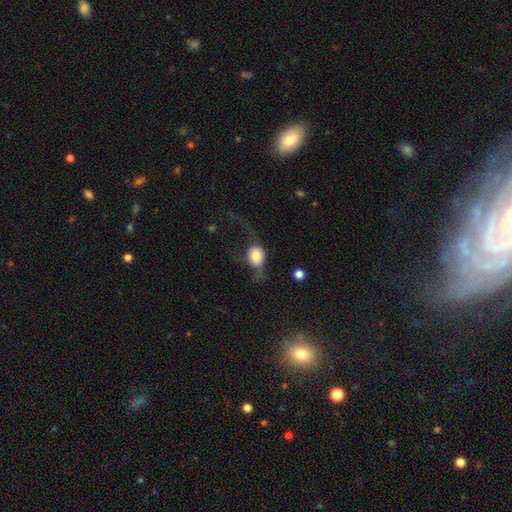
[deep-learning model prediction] smooth_or_featured: smooth (p=0.72) [alt: featured or disk p=0.20]
how_rounded: round (p=0.51) [alt: in between p=0.47]
merging: major disturbance (p=0.51) [alt: none p=0.23]